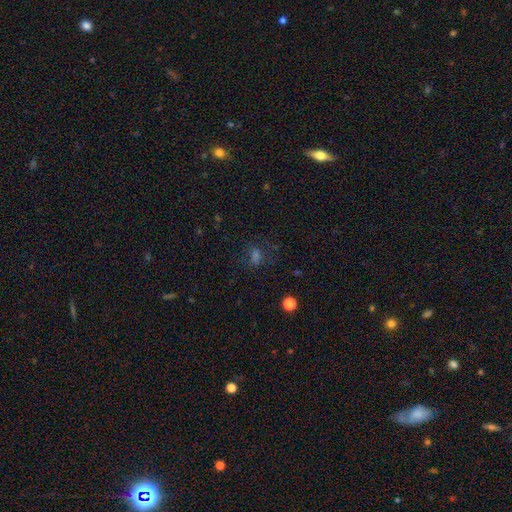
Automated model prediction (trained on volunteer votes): smooth 53%, star or artifact 33%, featured or disk 14%. Down the decision tree: how rounded — in between (59%); merging — none (66%).